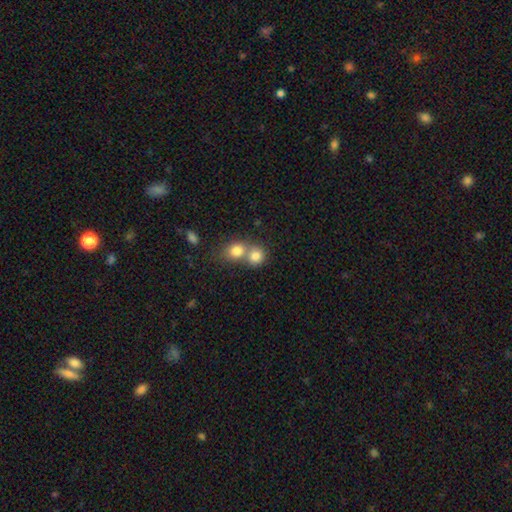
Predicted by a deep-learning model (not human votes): smooth 80%, star or artifact 11%, featured or disk 10%. Down the decision tree: how rounded — round (80%); merging — merger (56%).